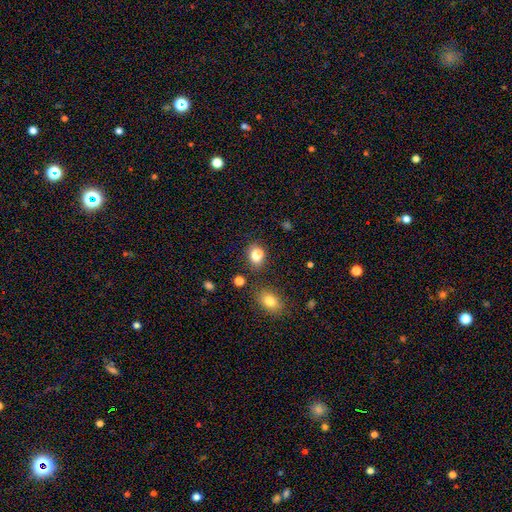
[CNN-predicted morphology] This is clearly a smooth galaxy (80%). How rounded: likely in between (60%). Merging: likely none (64%).